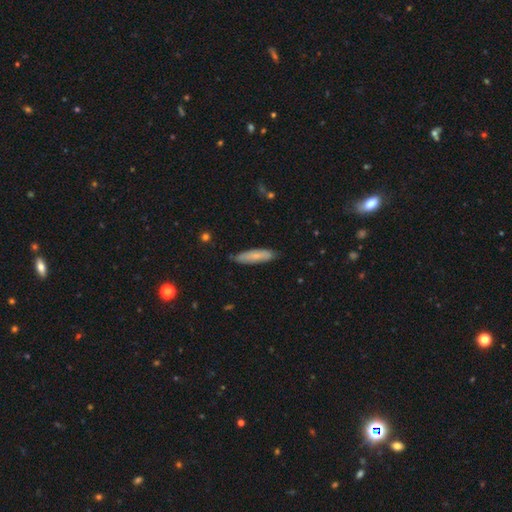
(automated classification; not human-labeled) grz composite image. It shows a smooth galaxy with no disk features (74%) that is cigar-shaped (72%). Merging: none (83%).